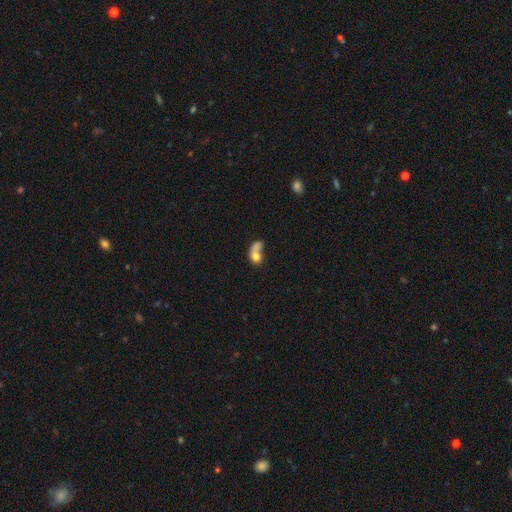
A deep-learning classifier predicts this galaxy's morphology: Smooth or featured?
  - smooth: 70% *
  - featured or disk: 21%
  - star or artifact: 9%
How rounded?
  - in between: 57% *
  - round: 40%
  - cigar-shaped: 3%
Merging?
  - merger: 62% *
  - none: 17%
  - major disturbance: 13%
  - minor disturbance: 8%